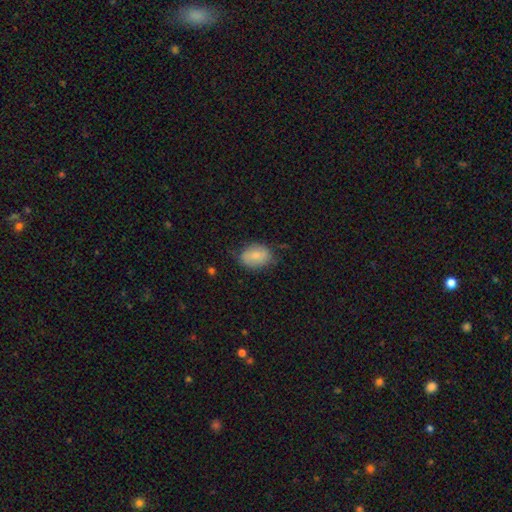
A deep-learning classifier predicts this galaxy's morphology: smooth-or-featured: smooth: 73% | featured or disk: 20% | star or artifact: 7%
  how-rounded: in between: 74% | round: 25% | cigar-shaped: 1%
  merging: none: 65% | minor disturbance: 27% | major disturbance: 7% | merger: 1%